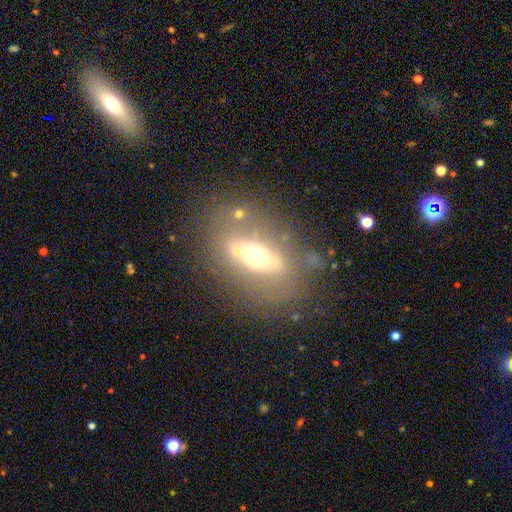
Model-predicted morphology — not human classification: The model was most divided on "smooth or featured": smooth: 44%, featured or disk: 41%, star or artifact: 15%. More confident: merging — none (56%).